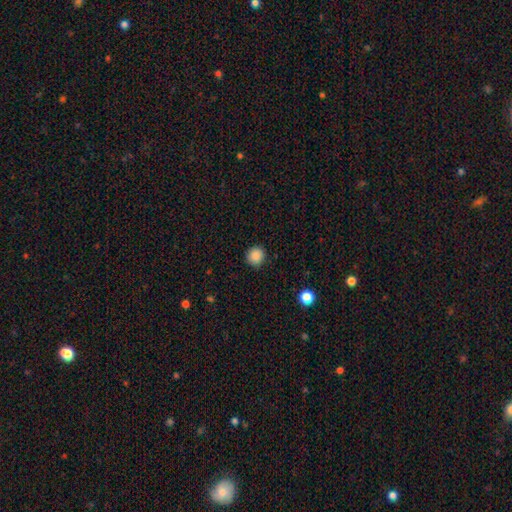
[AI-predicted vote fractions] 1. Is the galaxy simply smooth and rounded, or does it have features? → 87% smooth, 10% star or artifact, 3% featured or disk.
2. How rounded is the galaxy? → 92% round, 7% in between, 1% cigar-shaped.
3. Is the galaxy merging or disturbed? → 90% none, 7% minor disturbance, 2% major disturbance, 1% merger.